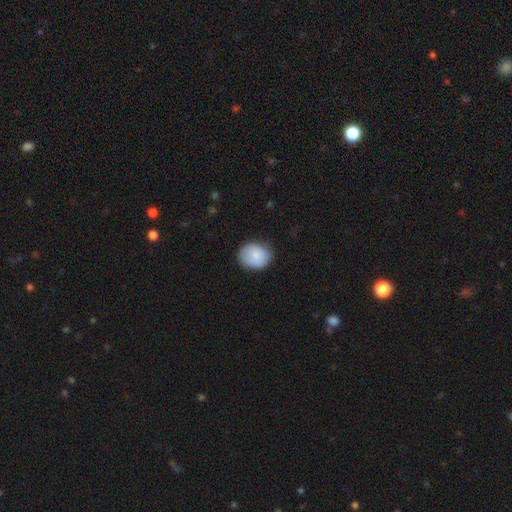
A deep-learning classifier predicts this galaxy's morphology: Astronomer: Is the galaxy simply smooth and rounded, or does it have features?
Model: smooth — 83%.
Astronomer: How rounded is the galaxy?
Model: round — 60% (runner-up: in between, 39%).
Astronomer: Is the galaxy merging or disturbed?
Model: none — 74%.